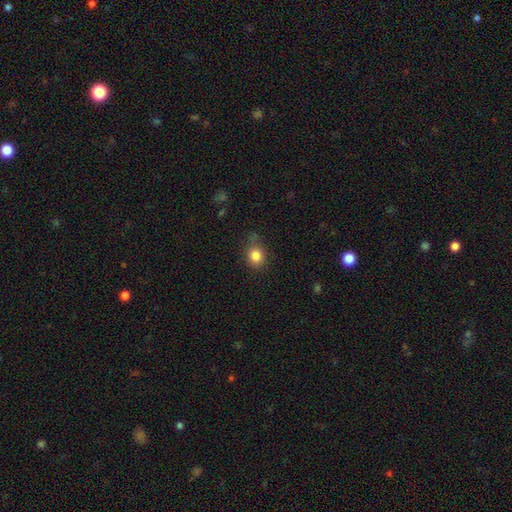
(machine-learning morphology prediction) The model was most divided on "how rounded": round: 71%, in between: 28%, cigar-shaped: 1%. More confident: smooth or featured — smooth (84%); merging — none (68%).